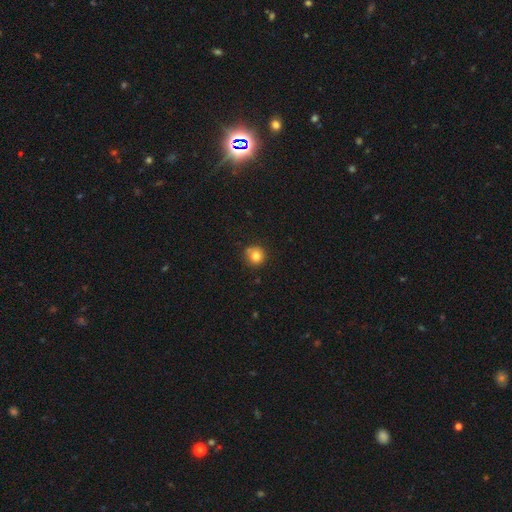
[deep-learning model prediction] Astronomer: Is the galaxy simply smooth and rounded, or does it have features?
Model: smooth — 81%.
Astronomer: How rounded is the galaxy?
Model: round — 92%.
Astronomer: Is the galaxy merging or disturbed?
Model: none — 74%.